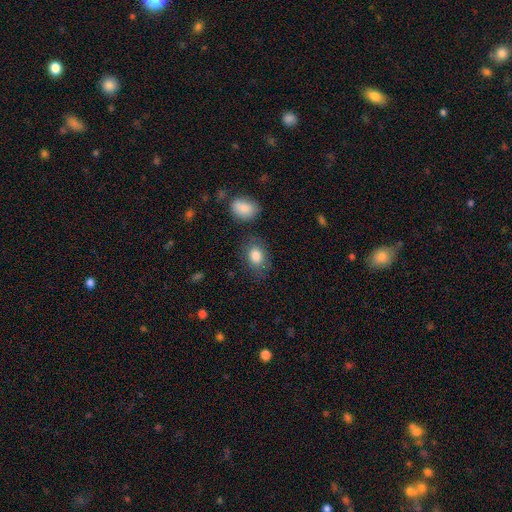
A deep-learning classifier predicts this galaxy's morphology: This appears to be a smooth galaxy with no disk features (84%) that is in between round and cigar-shaped (70%). Merging: none (74%).